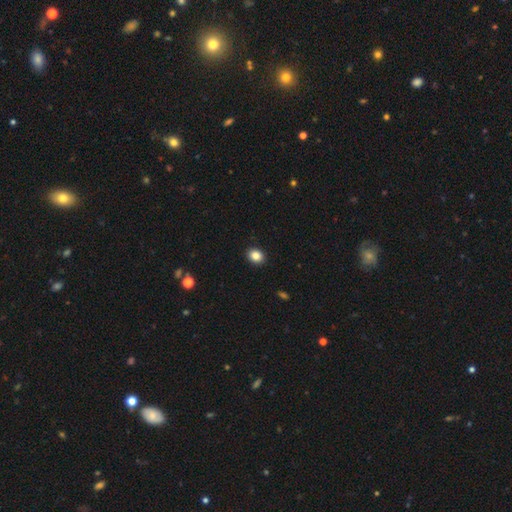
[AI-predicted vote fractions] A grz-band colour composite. It shows a smooth galaxy with no disk features (85%) that is round (51%). Merging: none (91%).